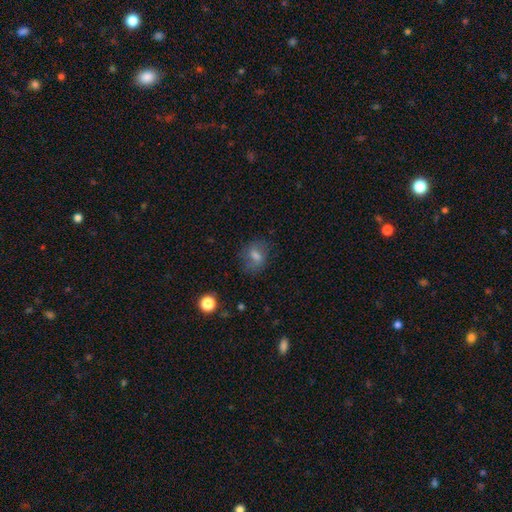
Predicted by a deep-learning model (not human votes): A smooth galaxy with no disk features (62%) that is in between round and cigar-shaped (58%).

Vote fractions:
- Smooth or featured? smooth: 62% / featured or disk: 24% / star or artifact: 14%
- How rounded? in between: 58% / round: 40% / cigar-shaped: 2%
- Merging? none: 70% / minor disturbance: 19% / major disturbance: 9% / merger: 2%